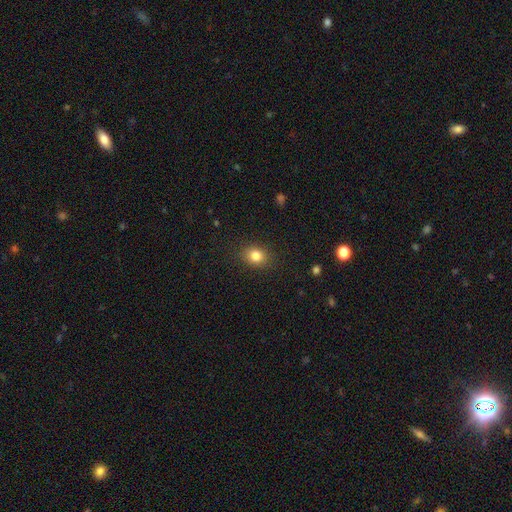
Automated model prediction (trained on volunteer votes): Morphology: type=smooth (82%); roundness=round (53%); merging=none (86%).